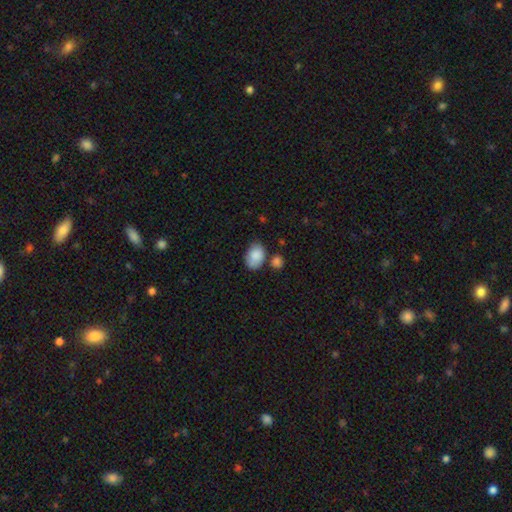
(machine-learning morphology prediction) This appears to be a smooth galaxy with no disk features (87%) that is in between round and cigar-shaped (83%). Merging: none (60%).